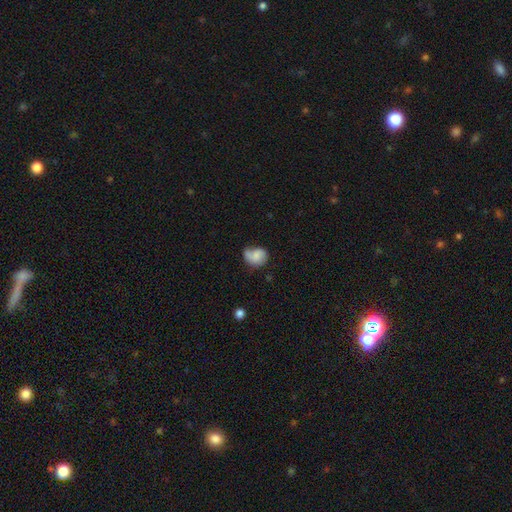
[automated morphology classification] Smooth or featured: smooth — 65% (featured or disk — 26%)
How rounded: round — 58% (in between — 41%)
Merging: none — 39% (minor disturbance — 34%)